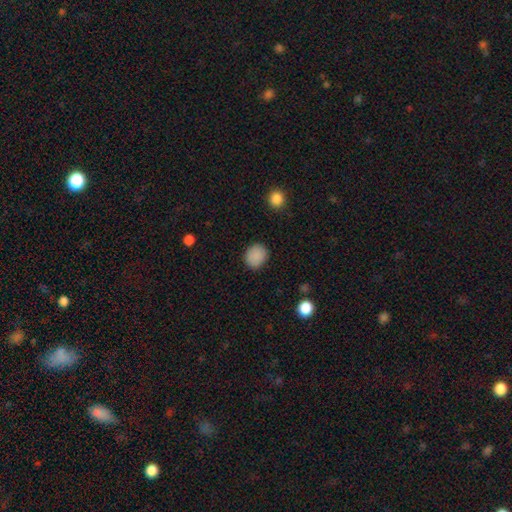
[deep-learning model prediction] A smooth galaxy with no disk features (88%) that is round (69%). Merging: none (87%).